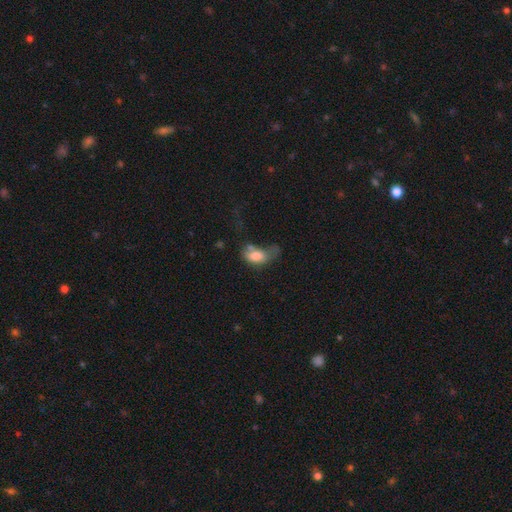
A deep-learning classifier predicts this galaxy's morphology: This appears to be a smooth galaxy with no disk features (72%) that is in between round and cigar-shaped (86%). Merging: major disturbance (42%).